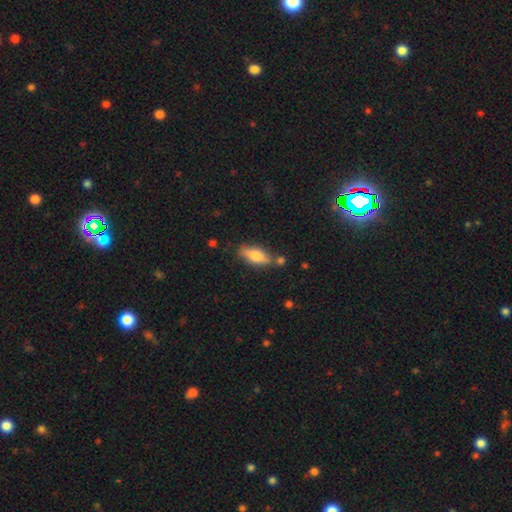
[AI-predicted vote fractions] Smooth or featured? Predicted: smooth (p=0.71). How rounded? Predicted: in between (p=0.68). Merging? Predicted: none (p=0.75).